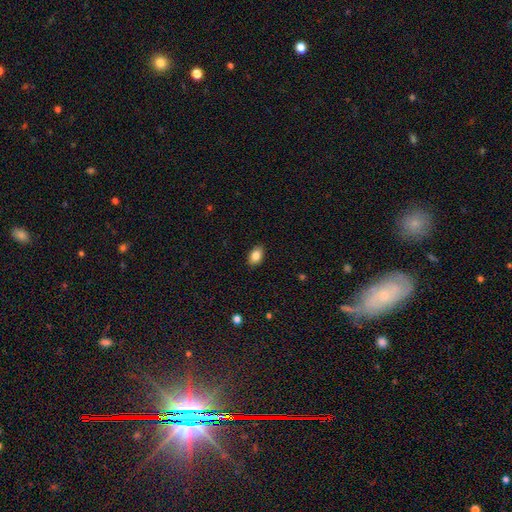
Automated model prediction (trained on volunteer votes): The model was most divided on "smooth or featured": smooth: 85%, star or artifact: 8%, featured or disk: 7%. More confident: merging — none (89%); how rounded — in between (88%).